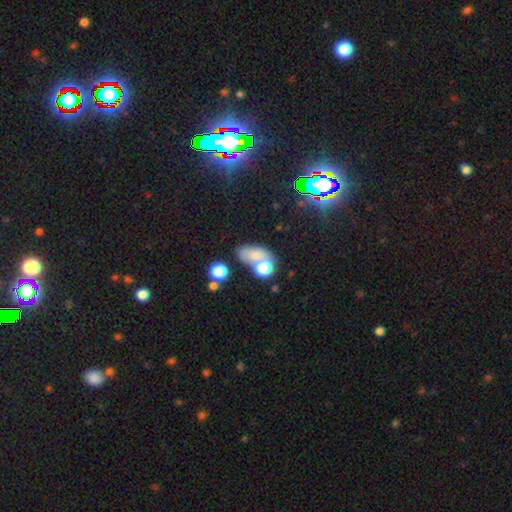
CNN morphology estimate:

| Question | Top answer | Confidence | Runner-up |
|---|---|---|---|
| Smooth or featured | smooth | 67% | featured or disk (17%) |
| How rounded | in between | 77% | round (20%) |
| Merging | merger | 40% | none (35%) |